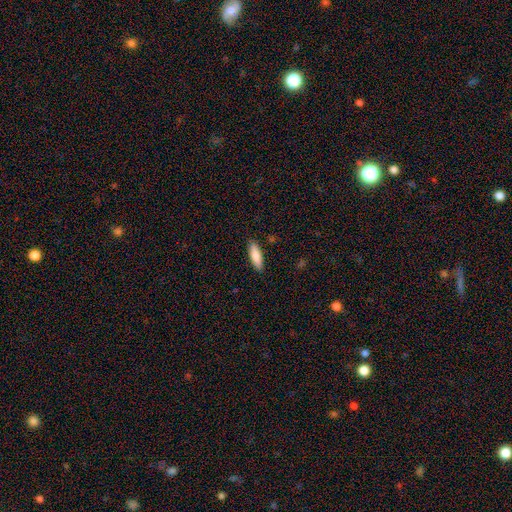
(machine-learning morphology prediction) smooth_or_featured: smooth (p=0.84) [alt: featured or disk p=0.10]
how_rounded: cigar-shaped (p=0.51) [alt: in between p=0.47]
merging: none (p=0.89) [alt: minor disturbance p=0.08]